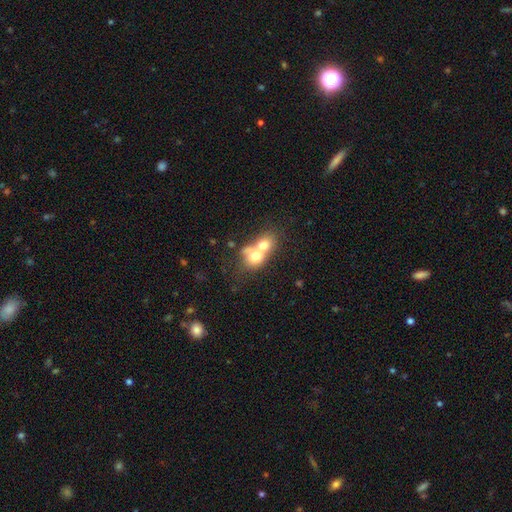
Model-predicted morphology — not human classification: A smooth galaxy with no disk features (68%) that is round (56%).

Vote fractions:
- Smooth or featured? smooth: 68% / featured or disk: 24% / star or artifact: 9%
- How rounded? round: 56% / in between: 42% / cigar-shaped: 2%
- Merging? merger: 77% / none: 14% / minor disturbance: 5% / major disturbance: 4%